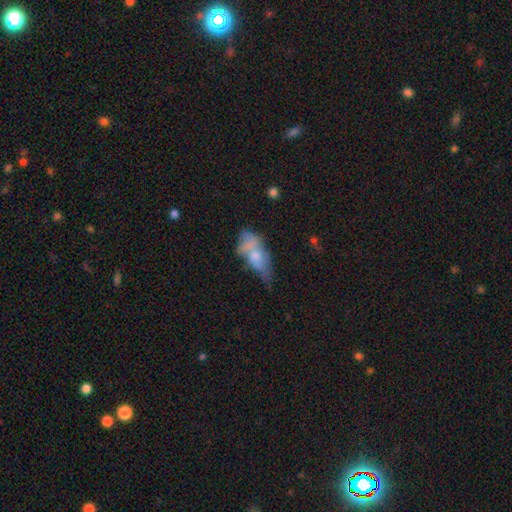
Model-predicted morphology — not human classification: A smooth galaxy with no disk features (53%) that is in between round and cigar-shaped (81%).

Vote fractions:
- Smooth or featured? smooth: 53% / featured or disk: 37% / star or artifact: 10%
- How rounded? in between: 81% / cigar-shaped: 13% / round: 5%
- Merging? minor disturbance: 27% (tied) / major disturbance: 27% (tied) / none: 26% / merger: 20%